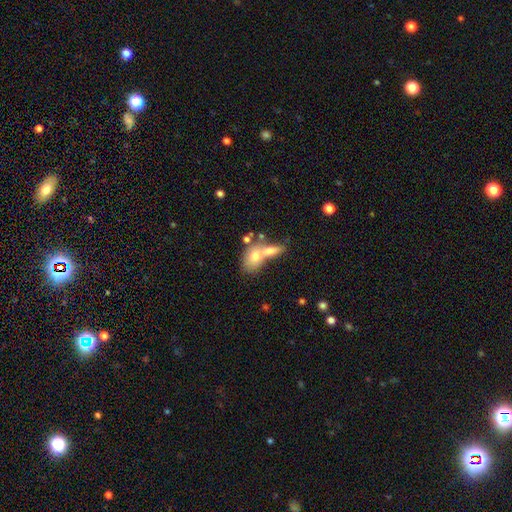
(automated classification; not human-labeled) Overall: smooth (57%; featured or disk 30%). How rounded: in between (65%). Merging: merger (56%; none 29%).